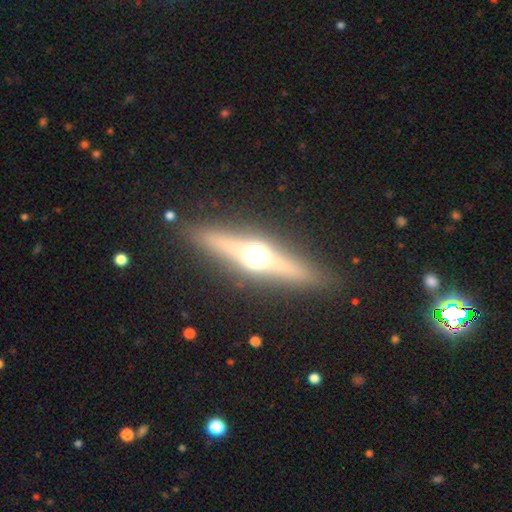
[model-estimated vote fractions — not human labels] Overall: featured or disk (66%). Edge-on disk: yes (92%). Edge-on bulge: rounded (95%). Merging: none (87%).